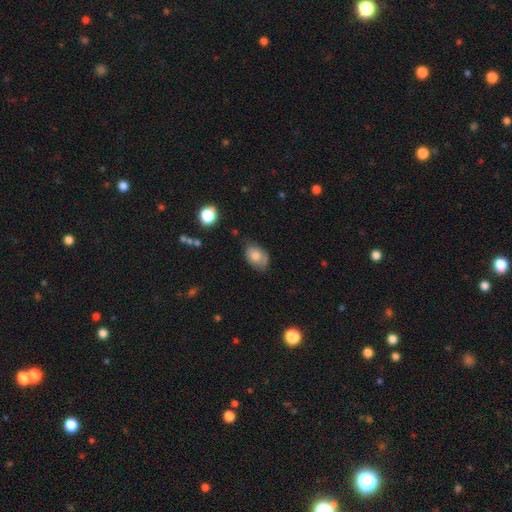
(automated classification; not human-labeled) smooth 72%, featured or disk 20%, star or artifact 8%. Down the decision tree: how rounded — in between (84%); merging — none (60%).